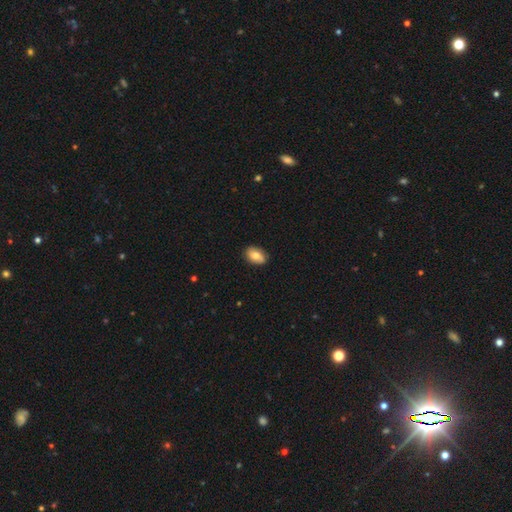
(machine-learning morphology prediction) smooth-or-featured: smooth: 80% | featured or disk: 13% | star or artifact: 7%
  how-rounded: in between: 89% | round: 10% | cigar-shaped: 2%
  merging: none: 83% | minor disturbance: 14% | major disturbance: 2% | merger: 1%